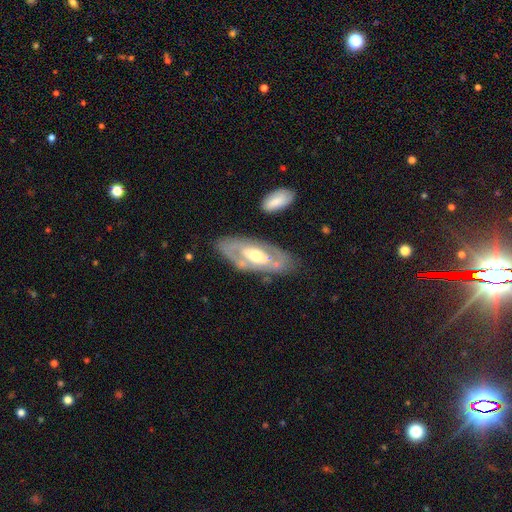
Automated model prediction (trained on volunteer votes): Smooth or featured? Predicted: featured or disk (p=0.72). Edge-on disk? Predicted: no (p=0.87). Bar? Predicted: no (p=0.57). Spiral arms? Predicted: no (p=0.53). Bulge size? Predicted: moderate (p=0.69). Merging? Predicted: none (p=0.74).